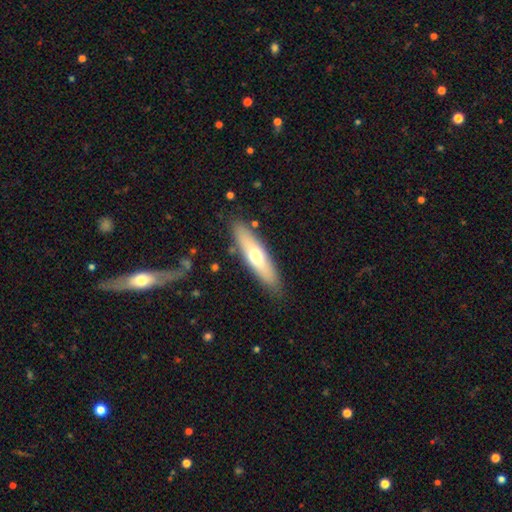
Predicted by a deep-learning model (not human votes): smooth_or_featured: smooth (p=0.57) [alt: featured or disk p=0.38]
how_rounded: cigar-shaped (p=0.68) [alt: in between p=0.30]
merging: none (p=0.86) [alt: minor disturbance p=0.10]